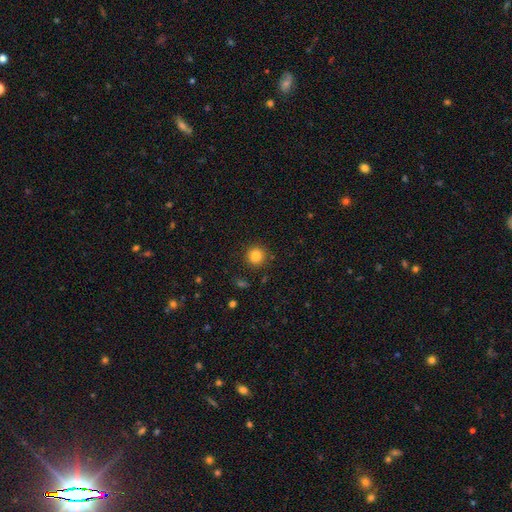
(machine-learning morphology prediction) A smooth galaxy with no disk features (84%) that is round (94%).

Vote fractions:
- Smooth or featured? smooth: 84% / star or artifact: 11% / featured or disk: 5%
- How rounded? round: 94% / in between: 5% / cigar-shaped: 1%
- Merging? none: 89% / minor disturbance: 7% / major disturbance: 2% / merger: 2%